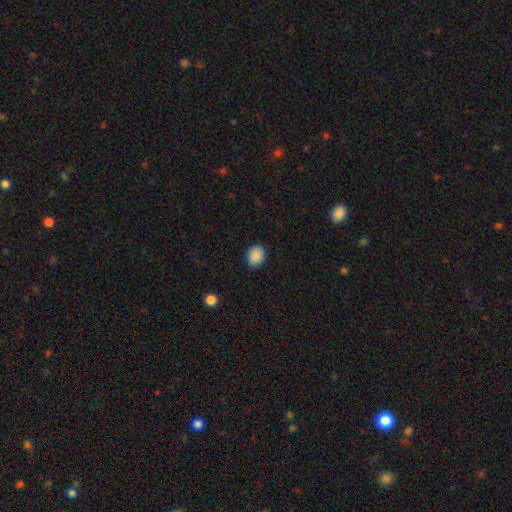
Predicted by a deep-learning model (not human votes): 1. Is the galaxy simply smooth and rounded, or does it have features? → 89% smooth, 8% star or artifact, 3% featured or disk.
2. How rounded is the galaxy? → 53% in between, 46% round, 1% cigar-shaped.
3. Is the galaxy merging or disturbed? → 89% none, 8% minor disturbance, 2% major disturbance, 1% merger.